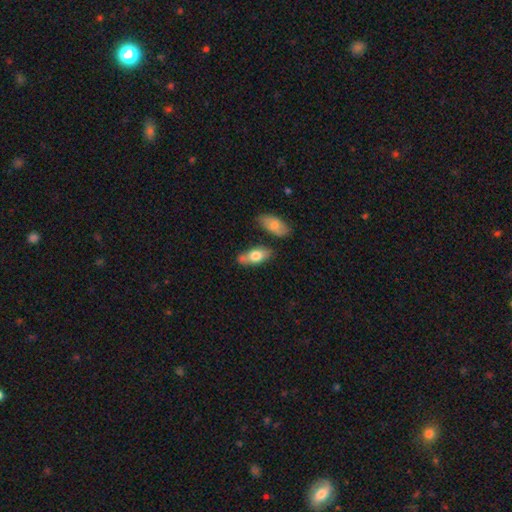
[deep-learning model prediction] This appears to be a smooth galaxy with no disk features (71%) that is in between round and cigar-shaped (82%). Merging: none (59%).